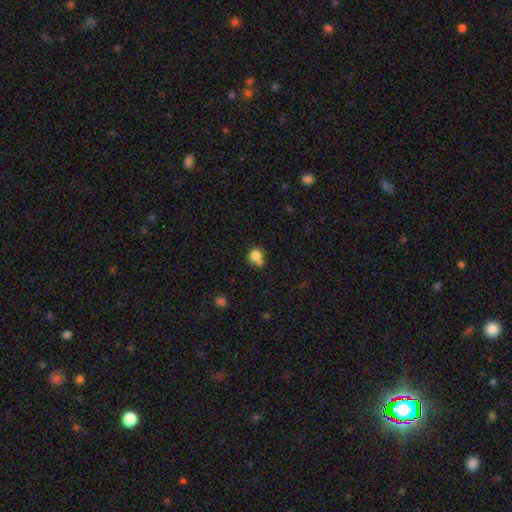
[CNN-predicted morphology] The model was most divided on "merging": none: 47%, merger: 32%, minor disturbance: 16%, major disturbance: 5%. More confident: how rounded — round (83%); smooth or featured — smooth (80%).